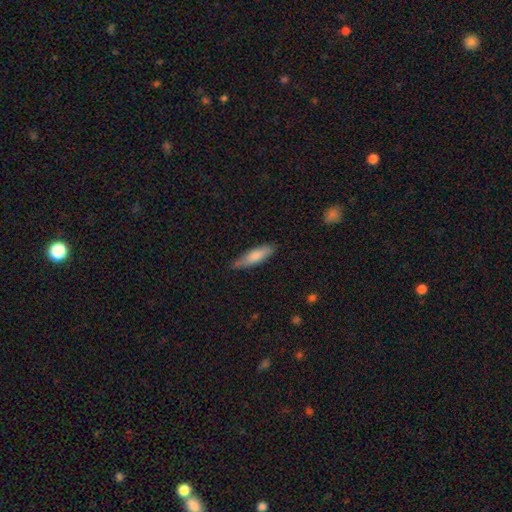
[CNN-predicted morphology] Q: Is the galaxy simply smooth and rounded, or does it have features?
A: smooth — 77%.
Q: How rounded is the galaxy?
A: cigar-shaped — 63%.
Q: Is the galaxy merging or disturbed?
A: none — 79%.